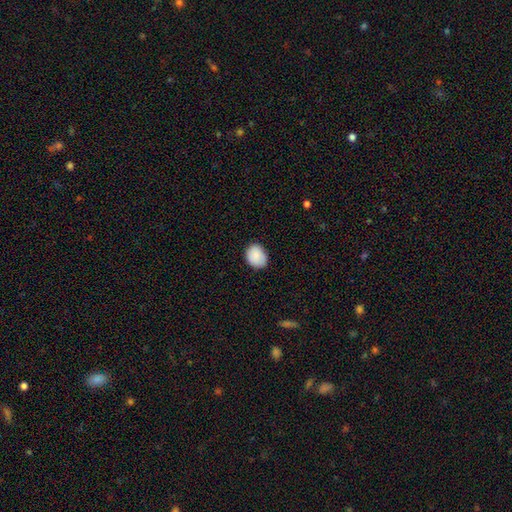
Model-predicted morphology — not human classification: smooth-or-featured: smooth: 88% | star or artifact: 7% | featured or disk: 4%
  how-rounded: in between: 55% | round: 44% | cigar-shaped: 1%
  merging: none: 82% | minor disturbance: 15% | major disturbance: 2% | merger: 1%